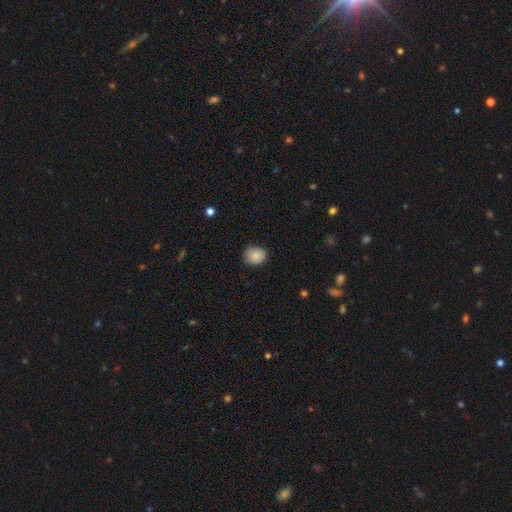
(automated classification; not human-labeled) Smooth or featured? smooth (85%)
How rounded? round (67%)
Merging? none (79%)